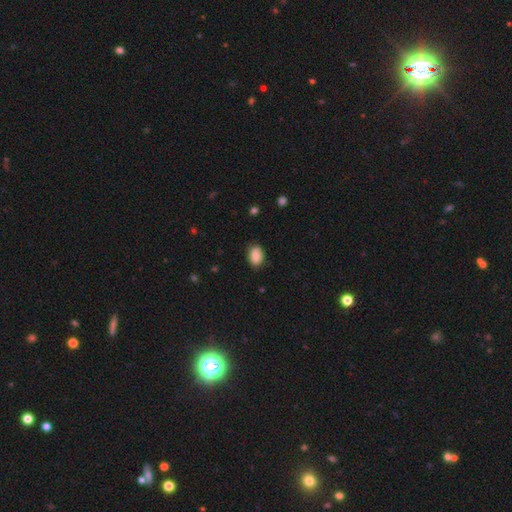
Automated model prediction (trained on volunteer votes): smooth 84%, featured or disk 8%, star or artifact 8%. Down the decision tree: how rounded — in between (79%); merging — none (80%).